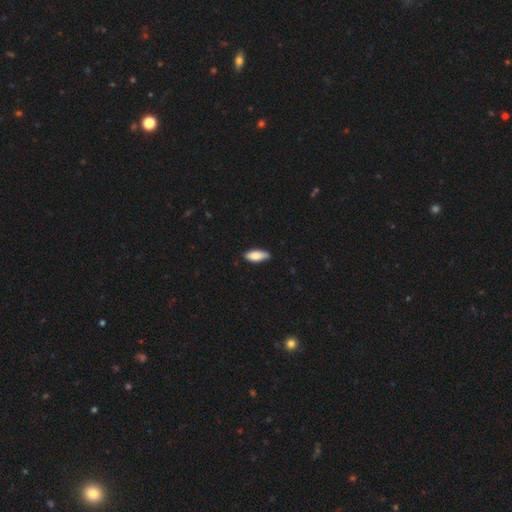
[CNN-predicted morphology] This appears to be a smooth galaxy with no disk features (80%) that is in between round and cigar-shaped (76%). Merging: none (81%).